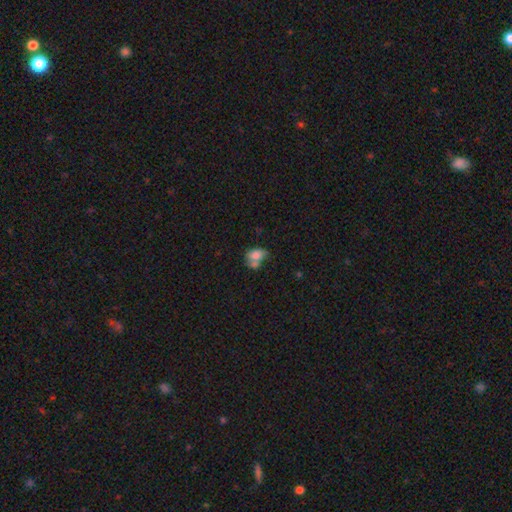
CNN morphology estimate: The model was most divided on "merging": merger: 47%, none: 26%, minor disturbance: 16%, major disturbance: 11%. More confident: how rounded — in between (75%); smooth or featured — smooth (74%).